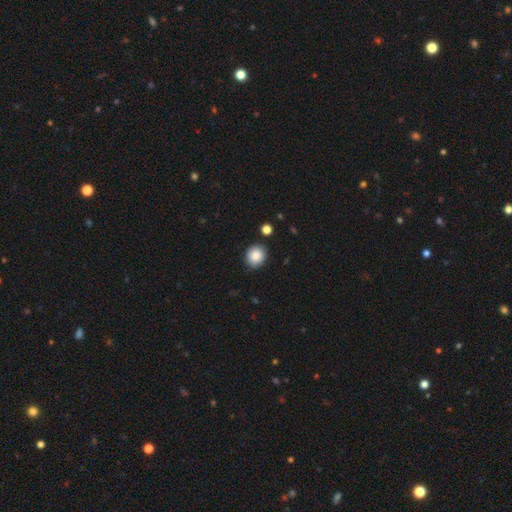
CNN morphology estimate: Smooth or featured? Predicted: smooth (p=0.87). How rounded? Predicted: round (p=0.74). Merging? Predicted: none (p=0.88).